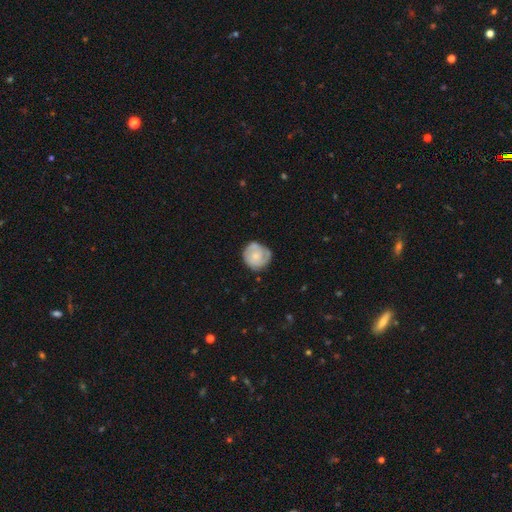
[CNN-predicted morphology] A featured or disk galaxy (49%).

Vote fractions:
- Smooth or featured? featured or disk: 49% / smooth: 45% / star or artifact: 6%
- Merging? none: 67% / minor disturbance: 24% / major disturbance: 7% / merger: 2%